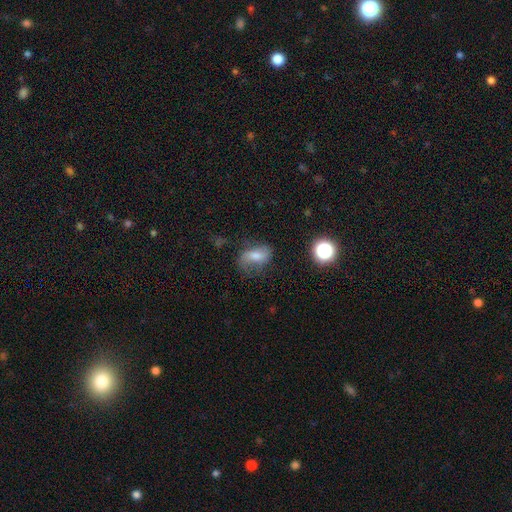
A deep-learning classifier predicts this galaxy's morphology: Overall: smooth (56%; featured or disk 32%). How rounded: in between (84%). Merging: none (57%; minor disturbance 26%).